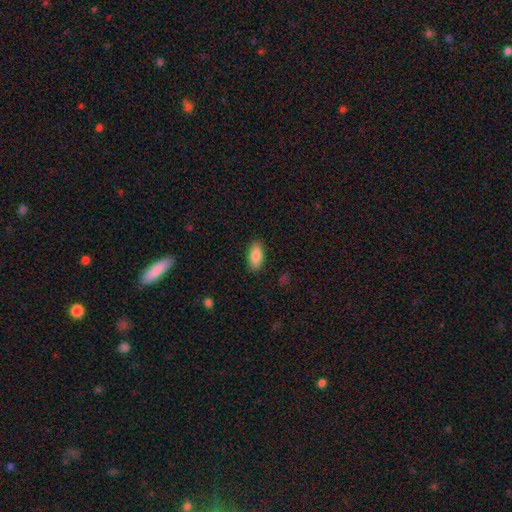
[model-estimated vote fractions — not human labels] smooth 85%, featured or disk 8%, star or artifact 7%. Down the decision tree: how rounded — in between (91%); merging — none (88%).